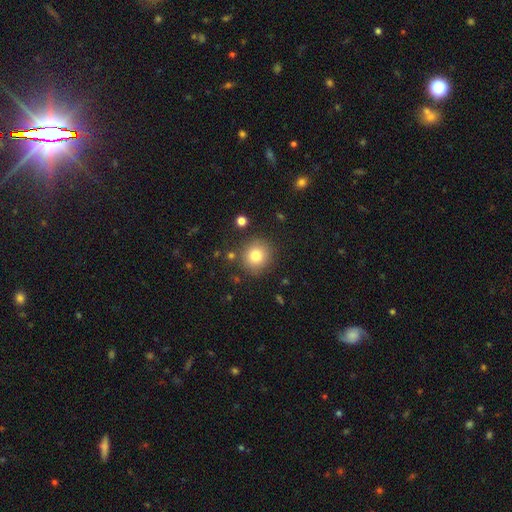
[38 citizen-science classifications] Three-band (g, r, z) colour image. It shows a smooth galaxy with no disk features (79%) that is round (90%). Merging: none (74%).